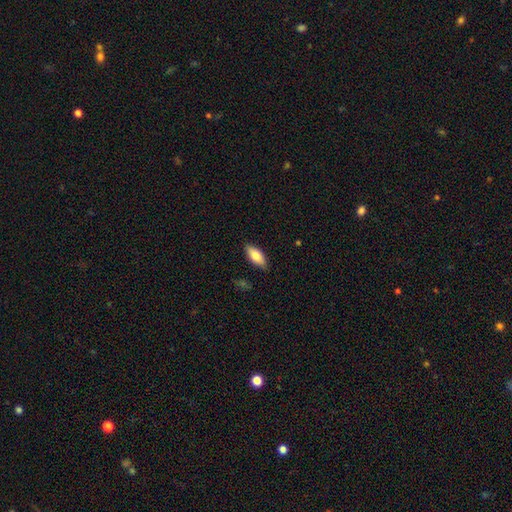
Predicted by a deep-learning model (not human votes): This appears to be a smooth galaxy with no disk features (79%) that is in between round and cigar-shaped (85%). Merging: none (86%).